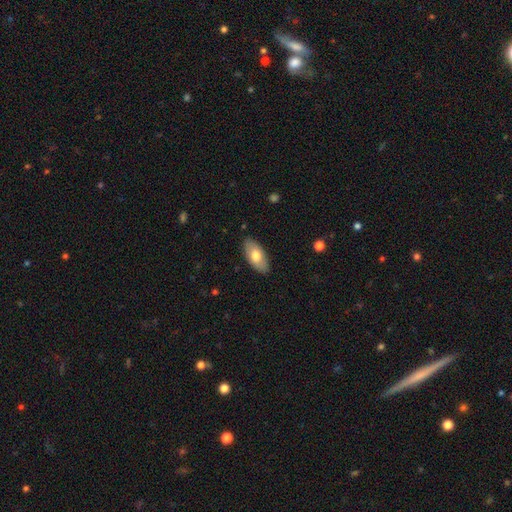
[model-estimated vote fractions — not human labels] Overall: smooth (70%). How rounded: in between (92%). Merging: none (87%).